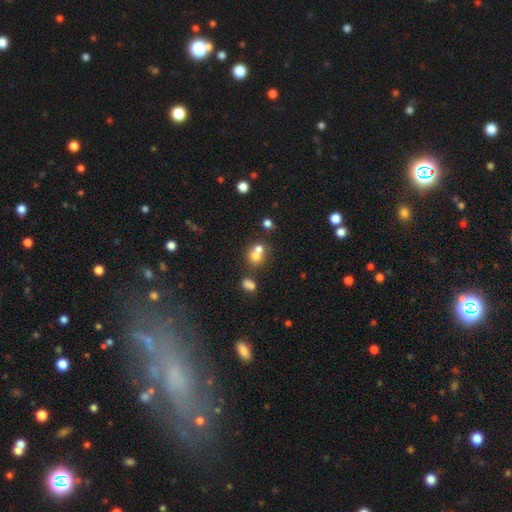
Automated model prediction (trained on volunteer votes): A smooth galaxy with no disk features (68%) that is round (75%).

Vote fractions:
- Smooth or featured? smooth: 68% / featured or disk: 17% / star or artifact: 14%
- How rounded? round: 75% / in between: 24% / cigar-shaped: 1%
- Merging? merger: 57% / none: 33% / minor disturbance: 7% / major disturbance: 4%